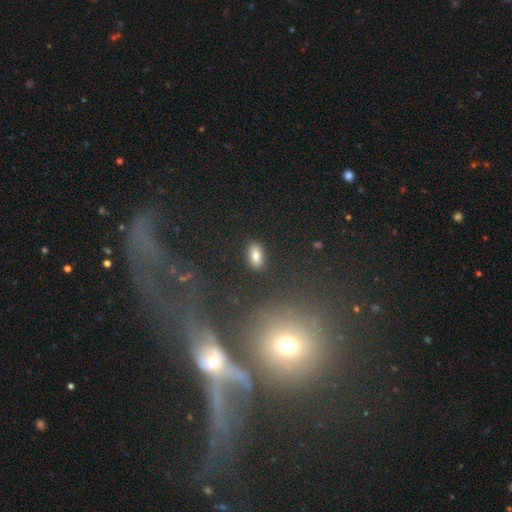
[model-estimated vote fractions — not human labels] This appears to be a smooth galaxy with no disk features (81%) that is in between round and cigar-shaped (88%). Merging: none (86%).